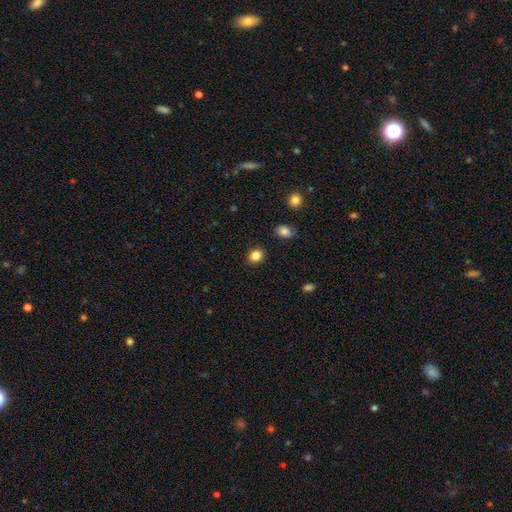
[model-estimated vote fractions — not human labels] smooth_or_featured: smooth (p=0.85) [alt: star or artifact p=0.11]
how_rounded: round (p=0.62) [alt: in between p=0.38]
merging: none (p=0.90) [alt: minor disturbance p=0.07]